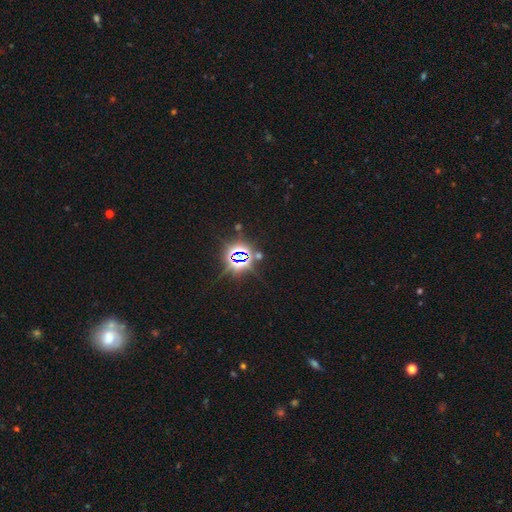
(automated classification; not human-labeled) smooth_or_featured: star or artifact (p=0.84) [alt: smooth p=0.09]